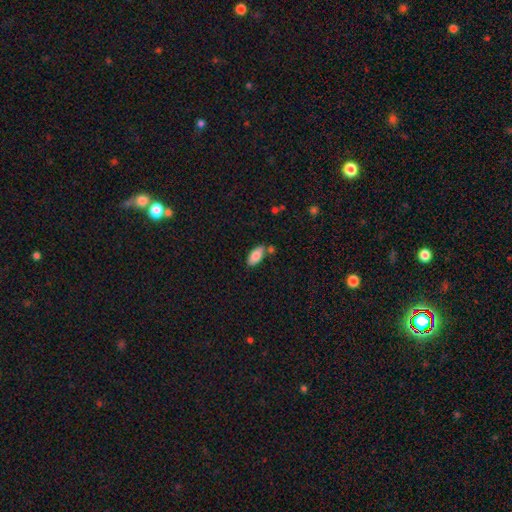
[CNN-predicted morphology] smooth_or_featured: smooth (p=0.83) [alt: featured or disk p=0.10]
how_rounded: in between (p=0.91) [alt: cigar-shaped p=0.07]
merging: none (p=0.73) [alt: minor disturbance p=0.14]